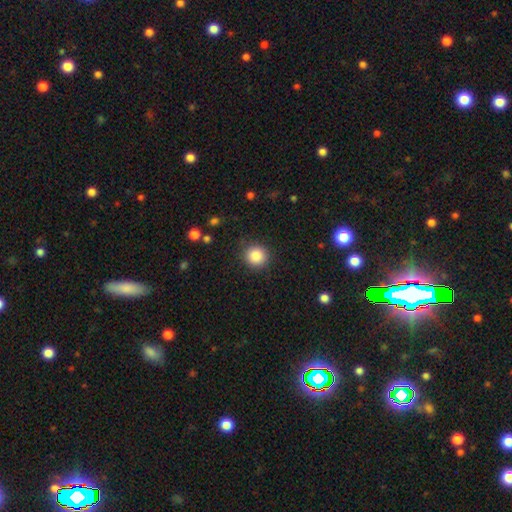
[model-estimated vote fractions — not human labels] A smooth galaxy with no disk features (87%) that is round (92%). Merging: none (88%).